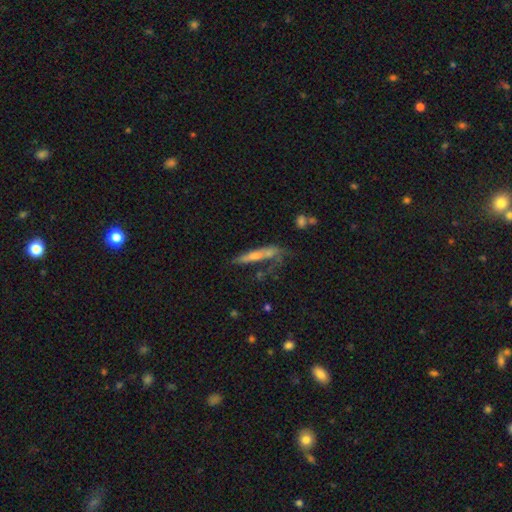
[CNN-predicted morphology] This is possibly a featured or disk galaxy (47%). Merging: possibly none (47%).